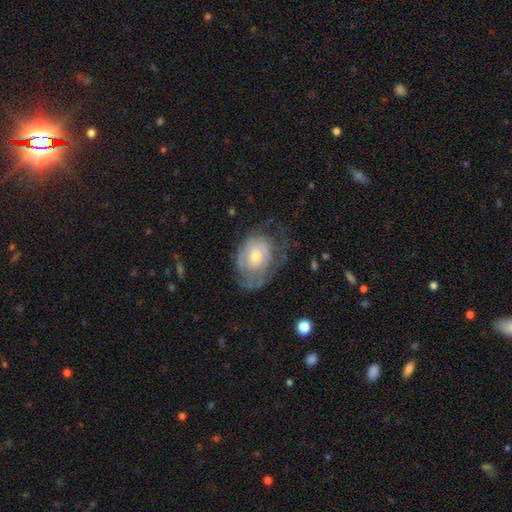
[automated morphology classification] smooth-or-featured: featured or disk: 65% | smooth: 28% | star or artifact: 7%
  disk-edge-on: no: 96% | yes: 4%
    bar: no: 79% | weak: 18% | strong: 3%
    has-spiral-arms: yes: 70% | no: 30%
    bulge-size: small: 51% | moderate: 40% | large: 5% | none: 2% | dominant: 1%
  merging: none: 45% | major disturbance: 27% | minor disturbance: 26% | merger: 2%